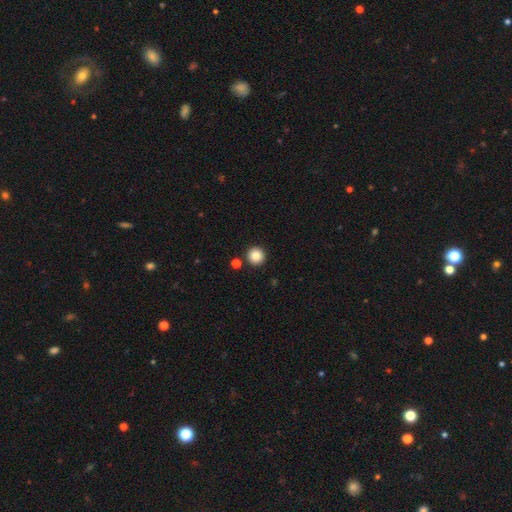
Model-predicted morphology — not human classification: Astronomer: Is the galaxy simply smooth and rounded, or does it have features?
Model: smooth — 86%.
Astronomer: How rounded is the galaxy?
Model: round — 96%.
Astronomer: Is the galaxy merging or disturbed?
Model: none — 90%.